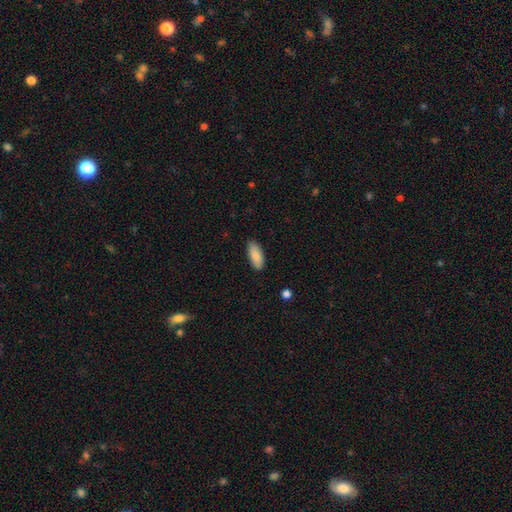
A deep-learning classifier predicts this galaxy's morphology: Overall: smooth (87%). How rounded: in between (84%). Merging: none (87%).